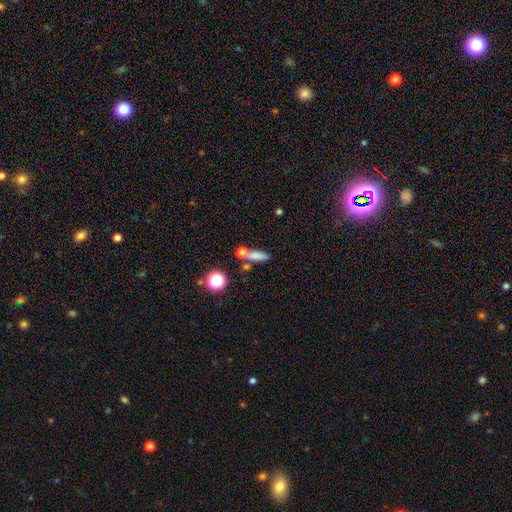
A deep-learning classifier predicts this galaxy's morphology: Smooth or featured? Predicted: smooth (p=0.74). How rounded? Predicted: cigar-shaped (p=0.47). Merging? Predicted: none (p=0.57).